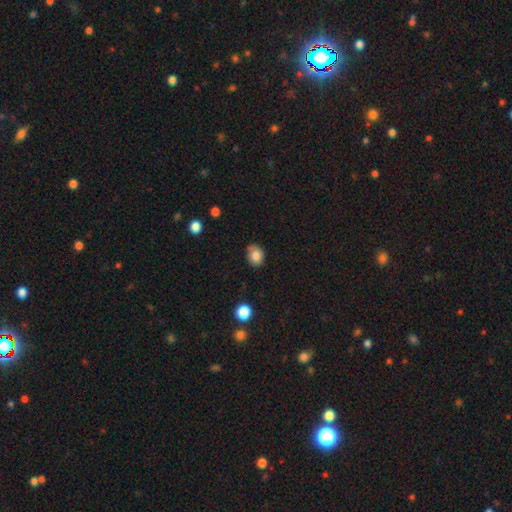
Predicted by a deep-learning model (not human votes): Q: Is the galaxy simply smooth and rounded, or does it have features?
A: smooth — 79%.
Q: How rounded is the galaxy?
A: in between — 51%.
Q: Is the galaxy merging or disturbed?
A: none — 75%.